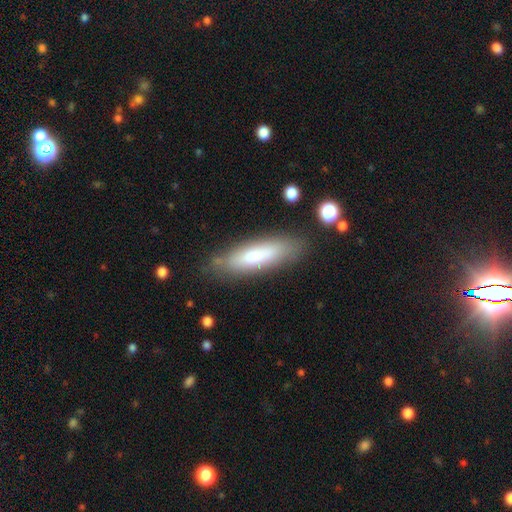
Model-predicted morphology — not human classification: This appears to be a smooth galaxy with no disk features (74%) that is cigar-shaped (53%). Merging: none (77%).